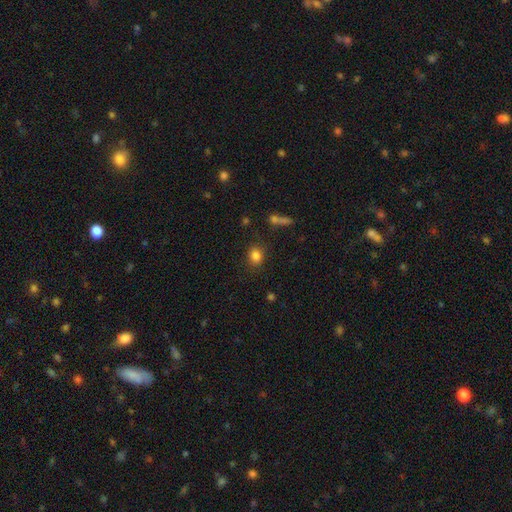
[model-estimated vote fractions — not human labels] This is clearly a smooth galaxy (83%). How rounded: possibly round (55%). Merging: clearly none (83%).